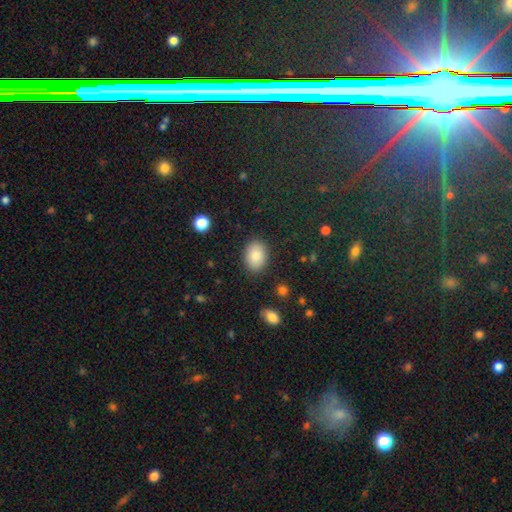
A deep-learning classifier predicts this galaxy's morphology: smooth 86%, star or artifact 8%, featured or disk 7%. Down the decision tree: how rounded — in between (77%); merging — none (87%).